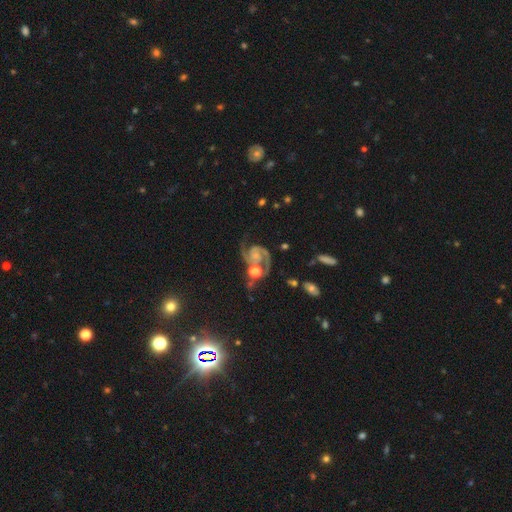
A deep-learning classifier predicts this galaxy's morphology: Q: Smooth or featured?
A: featured or disk (90%); runner-up: star or artifact (6%)
Q: Edge-on disk?
A: no (98%); runner-up: yes (2%)
Q: Bar?
A: no (68%); runner-up: weak (25%)
Q: Spiral arms?
A: yes (98%); runner-up: no (2%)
Q: Spiral winding?
A: medium (57%); runner-up: tight (28%)
Q: Spiral arm count?
A: 2 (92%); runner-up: 1 (2%)
Q: Bulge size?
A: small (47%); runner-up: moderate (30%)
Q: Merging?
A: none (59%); runner-up: minor disturbance (17%)